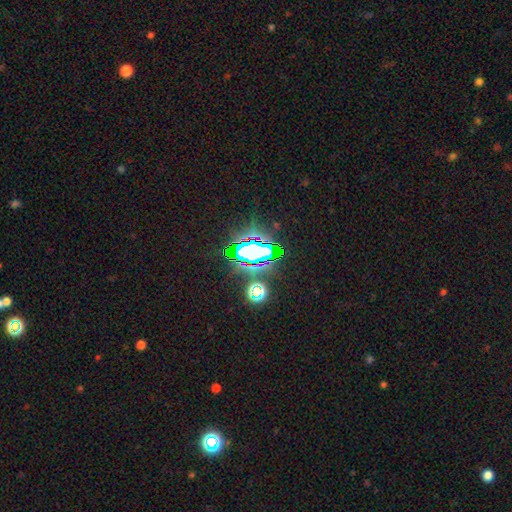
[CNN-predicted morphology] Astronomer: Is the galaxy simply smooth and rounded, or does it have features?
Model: star or artifact — 71%.